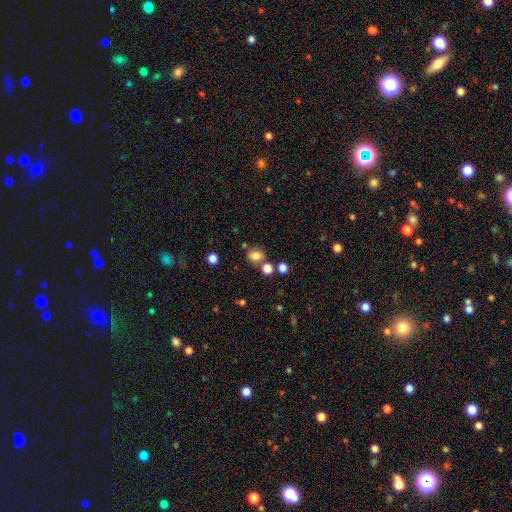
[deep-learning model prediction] smooth 80%, star or artifact 13%, featured or disk 6%. Down the decision tree: how rounded — round (61%); merging — none (69%).